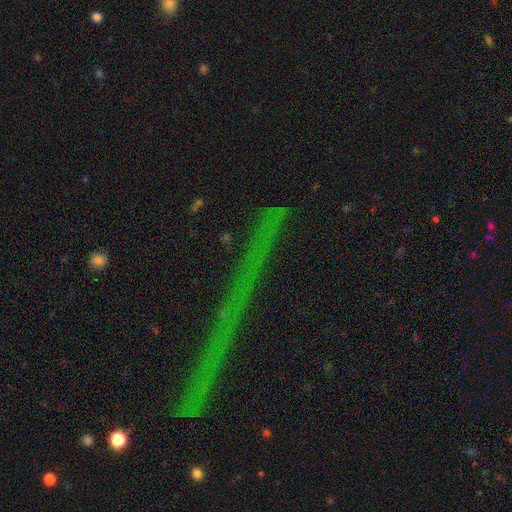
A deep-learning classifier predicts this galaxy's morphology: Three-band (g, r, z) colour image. It shows a star or artifact, not a galaxy (77%).